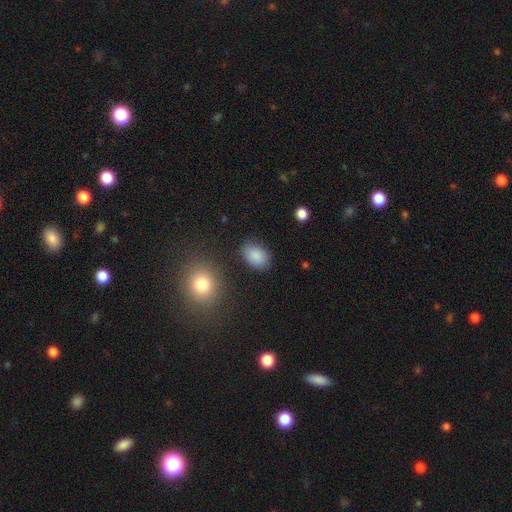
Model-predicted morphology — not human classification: Smooth or featured? smooth (87%)
How rounded? in between (82%)
Merging? none (81%)